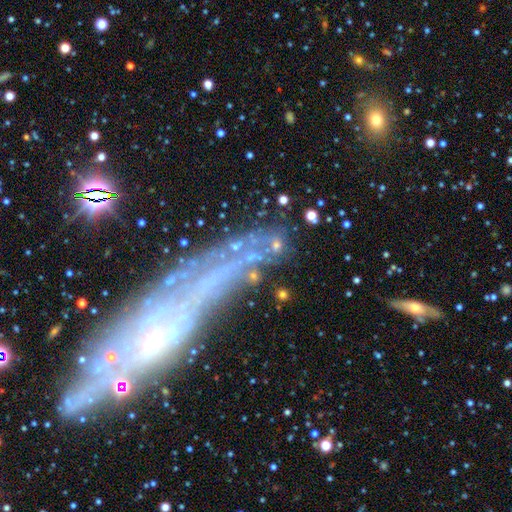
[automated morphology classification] This appears to be a featured or disk galaxy (43%). Merging: none (59%).